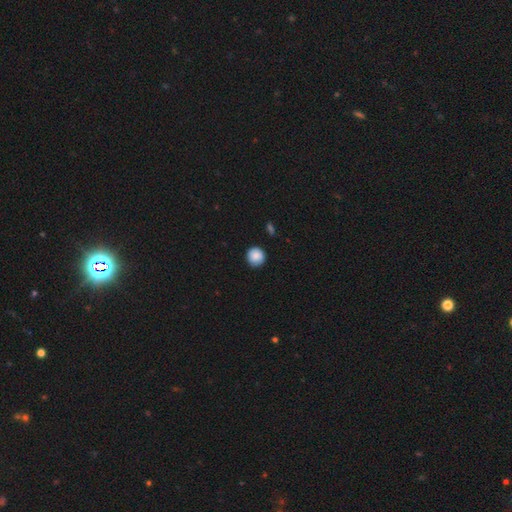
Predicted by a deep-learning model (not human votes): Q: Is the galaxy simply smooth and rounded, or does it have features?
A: smooth — 87%.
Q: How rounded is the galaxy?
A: round — 93%.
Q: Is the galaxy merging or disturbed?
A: none — 87%.